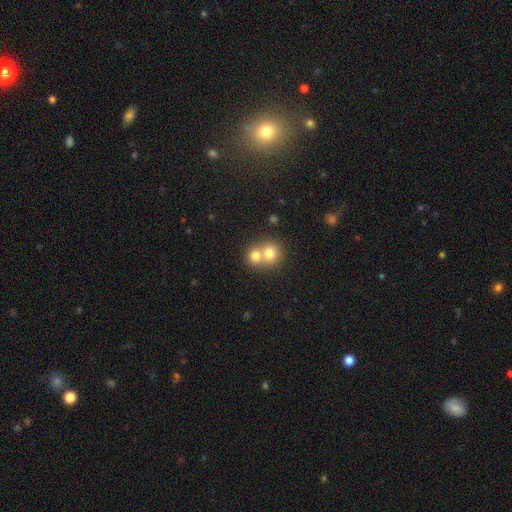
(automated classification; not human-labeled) Morphology: type=smooth (74%); roundness=round (80%); merging=merger (65%).